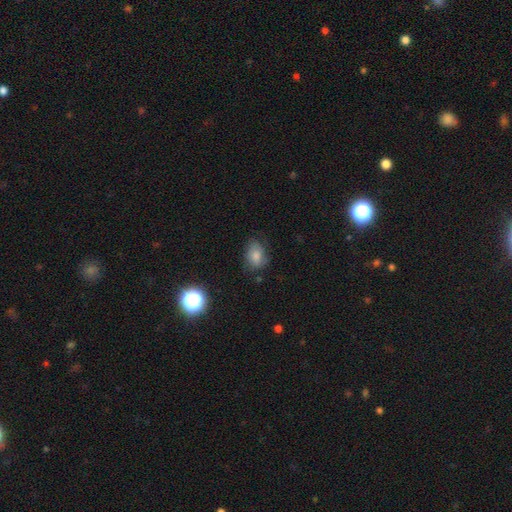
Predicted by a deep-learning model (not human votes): smooth-or-featured: smooth: 76% | featured or disk: 13% | star or artifact: 11%
  how-rounded: in between: 71% | round: 27% | cigar-shaped: 1%
  merging: none: 64% | minor disturbance: 26% | major disturbance: 8% | merger: 2%